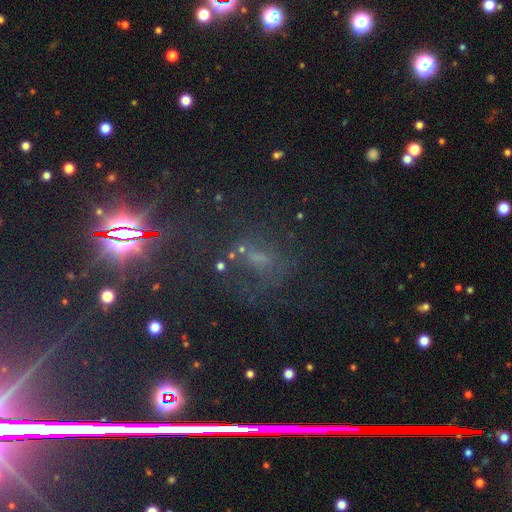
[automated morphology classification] A star or artifact, not a galaxy (64%).